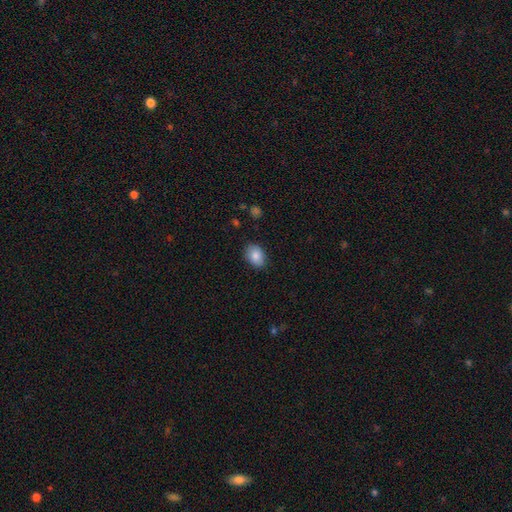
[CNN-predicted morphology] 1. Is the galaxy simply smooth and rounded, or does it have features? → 85% smooth, 7% star or artifact, 7% featured or disk.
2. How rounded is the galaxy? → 77% in between, 22% round, 1% cigar-shaped.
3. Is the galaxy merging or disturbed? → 85% none, 11% minor disturbance, 2% major disturbance, 1% merger.